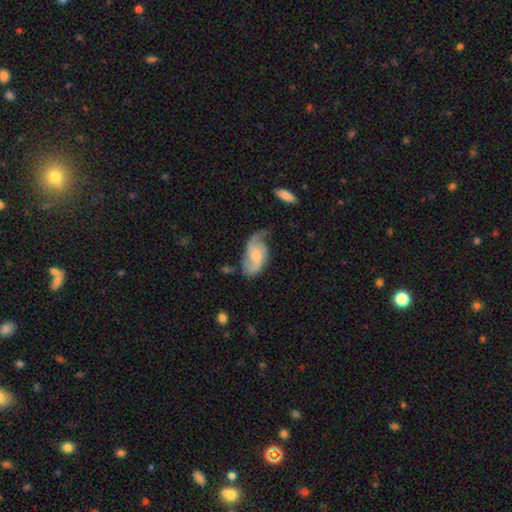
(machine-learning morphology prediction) A featured or disk galaxy (75%) with no bar (58%), 2 (75%) medium (44%) spiral arms (94%) and a small central bulge (50%).

Vote fractions:
- Smooth or featured? featured or disk: 75% / smooth: 19% / star or artifact: 6%
- Edge-on disk? no: 96% / yes: 4%
- Bar? no: 58% / weak: 36% / strong: 6%
- Spiral arms? yes: 94% / no: 6%
- Spiral winding? medium: 44% / loose: 38% / tight: 17%
- Spiral arm count? 2: 75% / can't tell: 9% / 3: 7% / 1: 6% / 4: 2% / more than 4: 2%
- Bulge size? small: 50% / moderate: 35% / none: 10% / large: 4% / dominant: 1%
- Merging? none: 53% / minor disturbance: 28% / major disturbance: 16% / merger: 3%